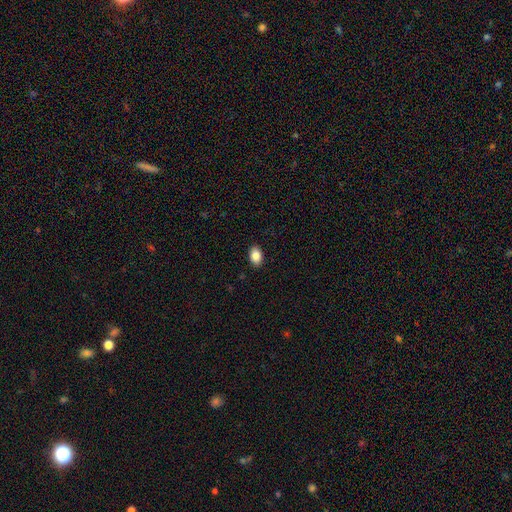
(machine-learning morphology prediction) A smooth galaxy with no disk features (86%) that is in between round and cigar-shaped (87%). Merging: none (90%).